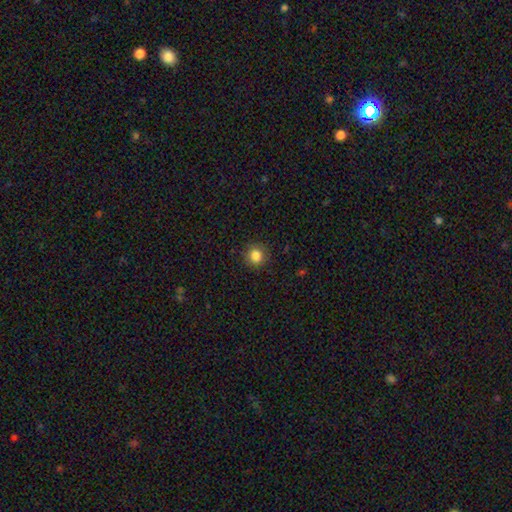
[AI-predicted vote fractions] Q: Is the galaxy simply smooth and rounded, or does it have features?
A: smooth — 85%.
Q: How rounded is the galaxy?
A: round — 91%.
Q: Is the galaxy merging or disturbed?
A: none — 89%.